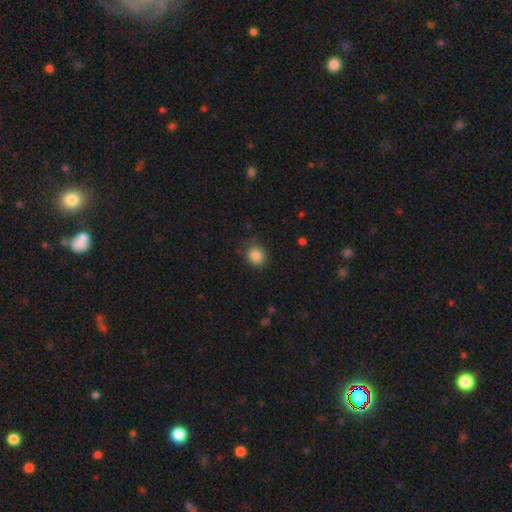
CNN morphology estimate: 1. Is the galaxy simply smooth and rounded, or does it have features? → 86% smooth, 10% star or artifact, 4% featured or disk.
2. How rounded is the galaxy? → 77% round, 22% in between, 1% cigar-shaped.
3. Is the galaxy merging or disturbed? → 81% none, 14% minor disturbance, 4% major disturbance, 1% merger.